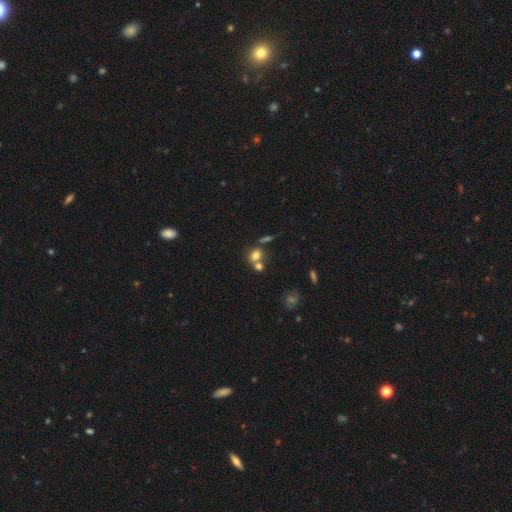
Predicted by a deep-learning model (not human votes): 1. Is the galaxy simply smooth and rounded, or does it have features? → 74% smooth, 14% star or artifact, 12% featured or disk.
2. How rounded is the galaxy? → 68% round, 30% in between, 2% cigar-shaped.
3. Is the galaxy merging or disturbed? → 43% none, 42% merger, 9% minor disturbance, 5% major disturbance.